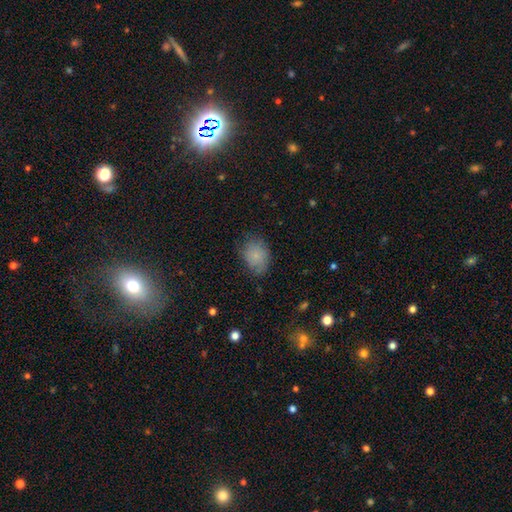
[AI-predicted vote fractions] This appears to be a smooth galaxy with no disk features (75%) that is in between round and cigar-shaped (64%). Merging: none (64%).